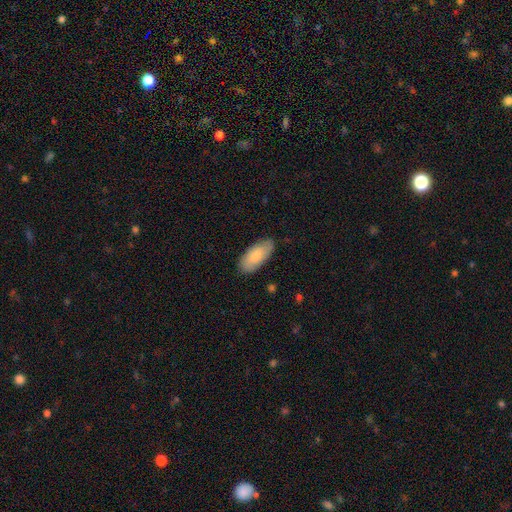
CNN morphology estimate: type=smooth (82%); roundness=in between (90%); merging=none (83%).